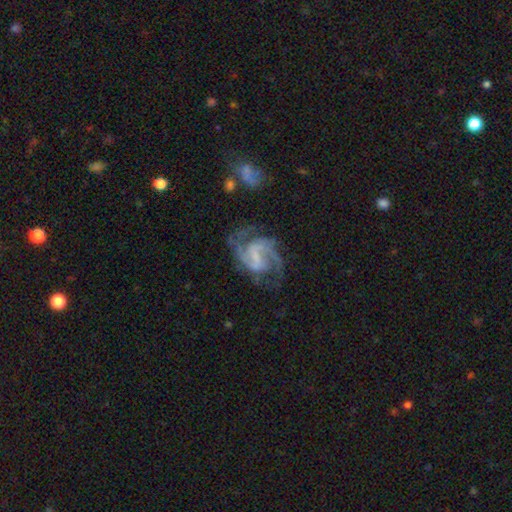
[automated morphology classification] type=featured or disk (90%); edge-on=no (98%); bar=weak (51%); spiral arms=yes (97%); winding=medium (57%); arm count=2 (69%); bulge=none (46%); merging=none (62%).